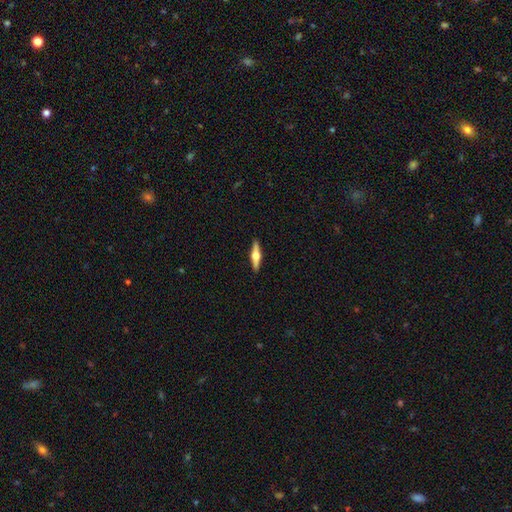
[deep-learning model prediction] This is likely a featured or disk galaxy (68%). It is clearly viewed edge-on (98%). Edge-on bulge: clearly rounded (95%). Merging: clearly none (91%).